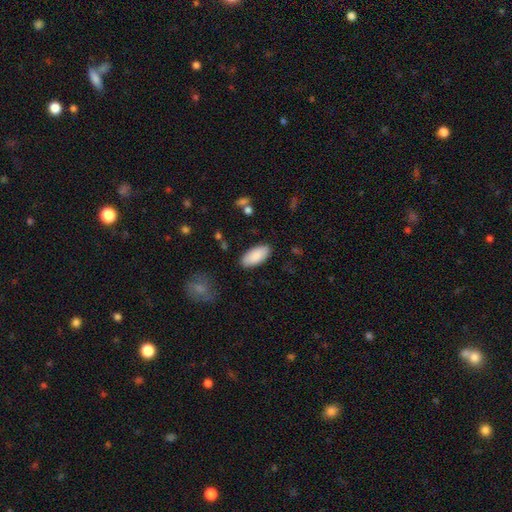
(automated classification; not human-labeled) This appears to be a smooth galaxy with no disk features (89%) that is in between round and cigar-shaped (91%). Merging: none (87%).